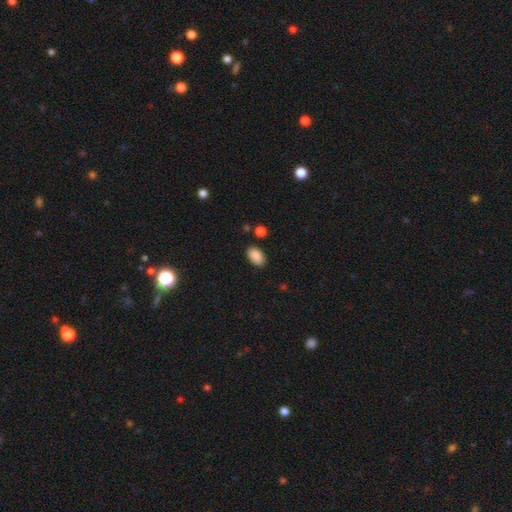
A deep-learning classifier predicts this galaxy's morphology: smooth 89%, star or artifact 8%, featured or disk 4%. Down the decision tree: how rounded — in between (91%); merging — none (83%).